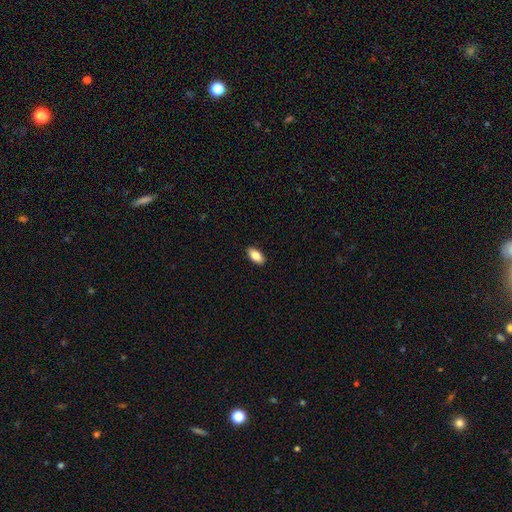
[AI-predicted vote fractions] Morphology: type=smooth (82%); roundness=in between (91%); merging=none (90%).